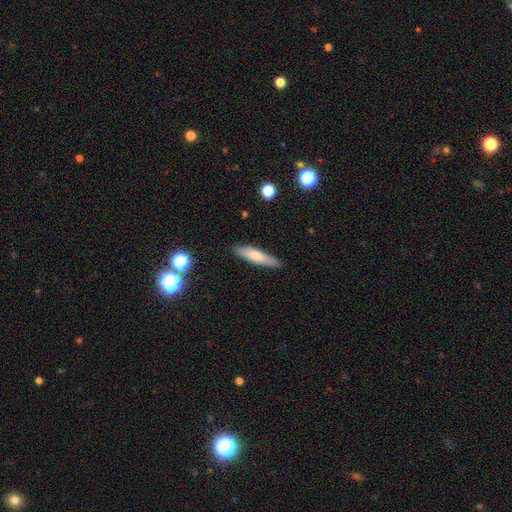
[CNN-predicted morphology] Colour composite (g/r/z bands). It shows a smooth galaxy with no disk features (68%) that is cigar-shaped (78%). Merging: none (88%).